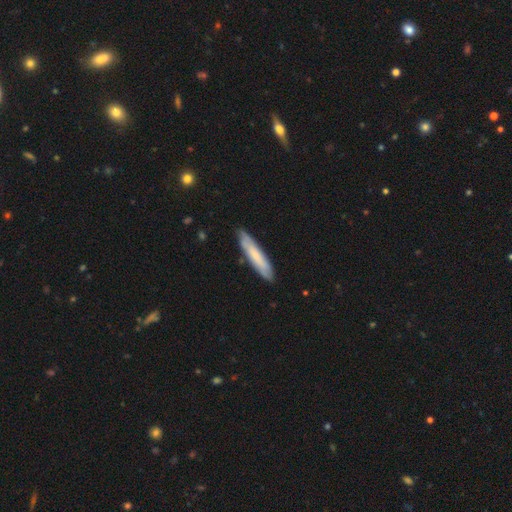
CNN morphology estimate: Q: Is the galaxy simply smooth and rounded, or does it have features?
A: smooth — 64%.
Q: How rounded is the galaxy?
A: cigar-shaped — 87%.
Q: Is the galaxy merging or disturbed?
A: none — 85%.